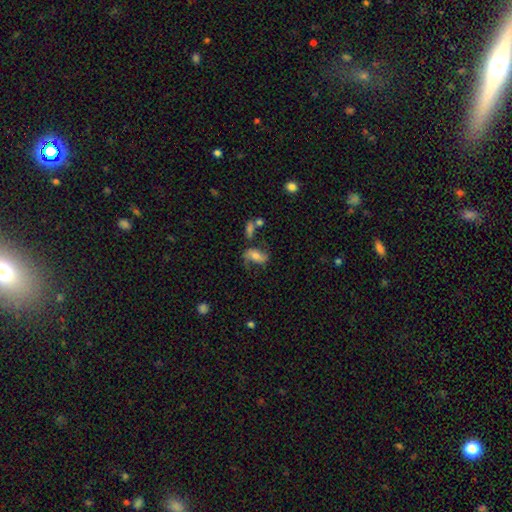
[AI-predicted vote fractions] Q: Smooth or featured?
A: featured or disk (56%); runner-up: smooth (35%)
Q: Edge-on disk?
A: no (94%); runner-up: yes (6%)
Q: Bar?
A: no (47%); runner-up: weak (30%)
Q: Spiral arms?
A: yes (84%); runner-up: no (16%)
Q: Bulge size?
A: moderate (61%); runner-up: small (25%)
Q: Merging?
A: none (56%); runner-up: minor disturbance (21%)